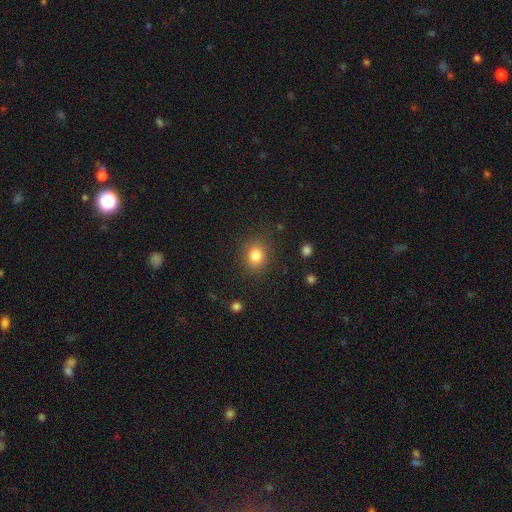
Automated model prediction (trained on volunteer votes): This is clearly a smooth galaxy (82%). How rounded: likely round (71%). Merging: clearly none (85%).